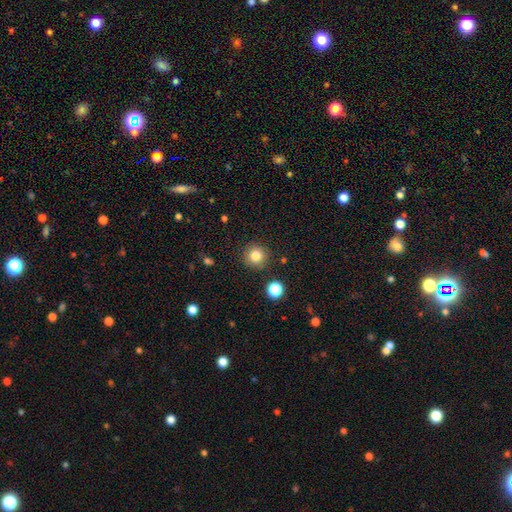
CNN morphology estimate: A smooth galaxy with no disk features (82%) that is round (94%). Merging: none (89%).